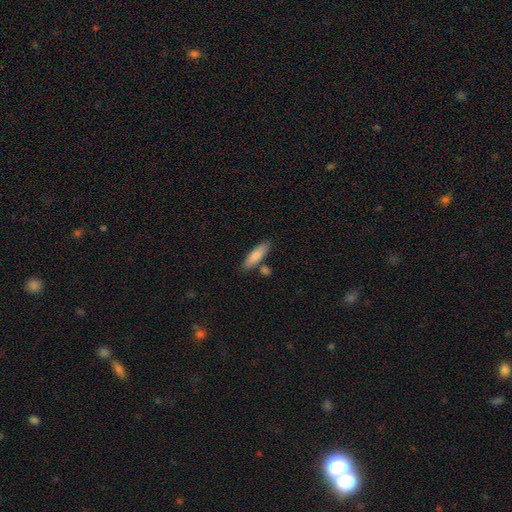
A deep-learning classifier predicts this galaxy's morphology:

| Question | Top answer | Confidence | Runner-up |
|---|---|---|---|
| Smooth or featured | smooth | 80% | featured or disk (14%) |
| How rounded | cigar-shaped | 58% | in between (40%) |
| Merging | none | 76% | minor disturbance (12%) |